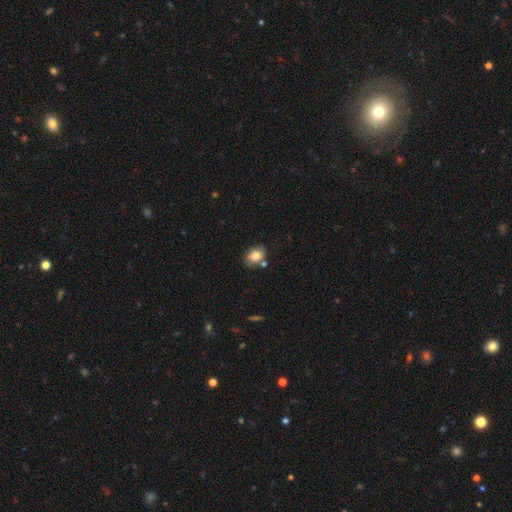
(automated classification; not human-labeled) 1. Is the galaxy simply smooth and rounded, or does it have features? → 80% smooth, 12% featured or disk, 9% star or artifact.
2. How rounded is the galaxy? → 74% in between, 24% round, 1% cigar-shaped.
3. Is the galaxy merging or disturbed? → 69% none, 17% minor disturbance, 11% merger, 4% major disturbance.